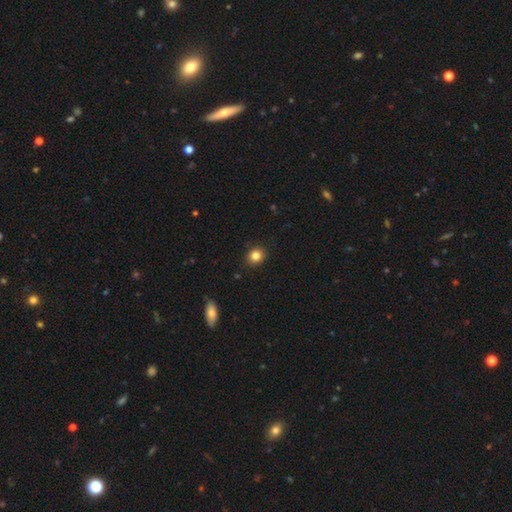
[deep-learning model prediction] A smooth galaxy with no disk features (83%) that is round (76%). Merging: none (89%).